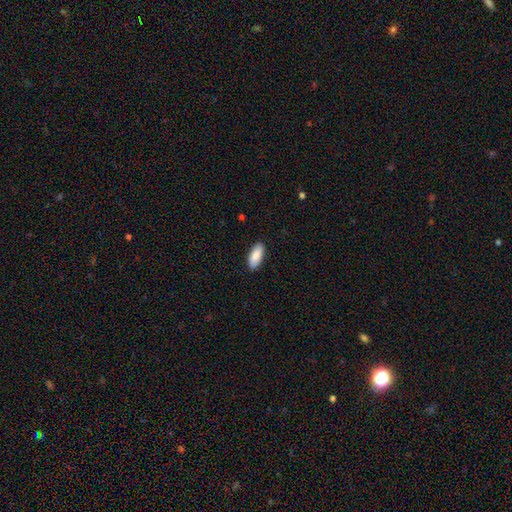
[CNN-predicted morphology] type=smooth (87%); roundness=in between (85%); merging=none (89%).